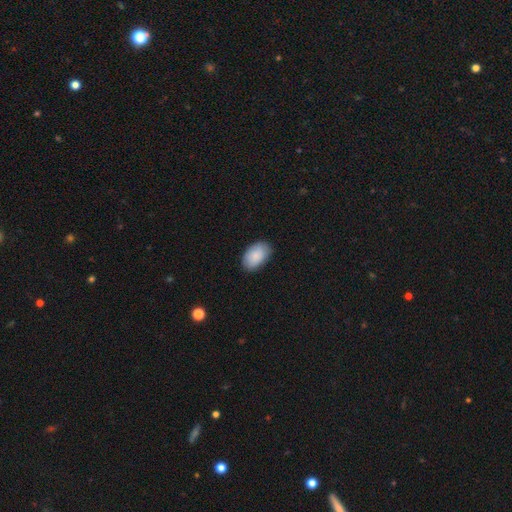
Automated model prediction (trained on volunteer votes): smooth_or_featured: smooth (p=0.87) [alt: featured or disk p=0.07]
how_rounded: in between (p=0.92) [alt: round p=0.06]
merging: none (p=0.83) [alt: minor disturbance p=0.13]